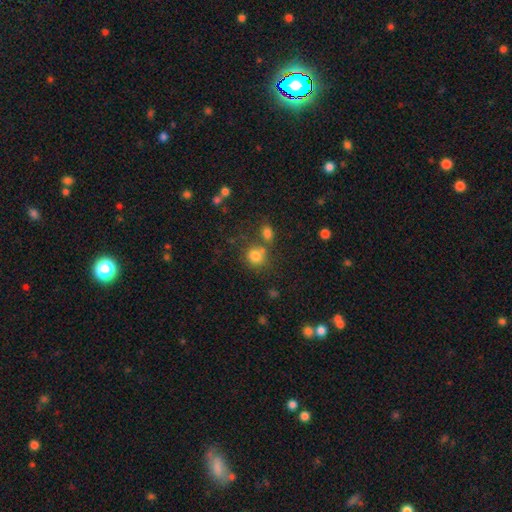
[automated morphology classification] This is likely a smooth galaxy (80%). How rounded: clearly round (83%). Merging: likely none (62%).